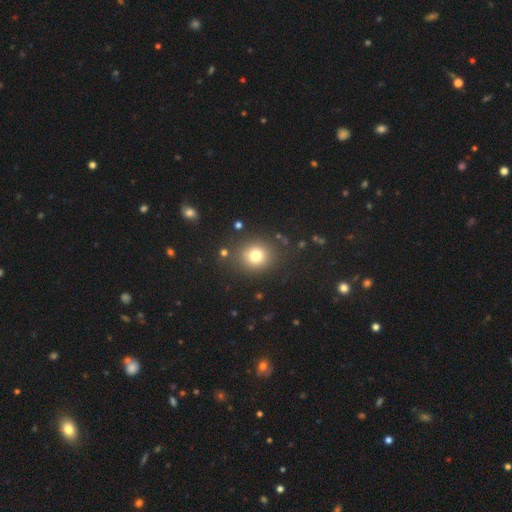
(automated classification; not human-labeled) This is likely a smooth galaxy (77%). How rounded: clearly round (80%). Merging: clearly none (84%).